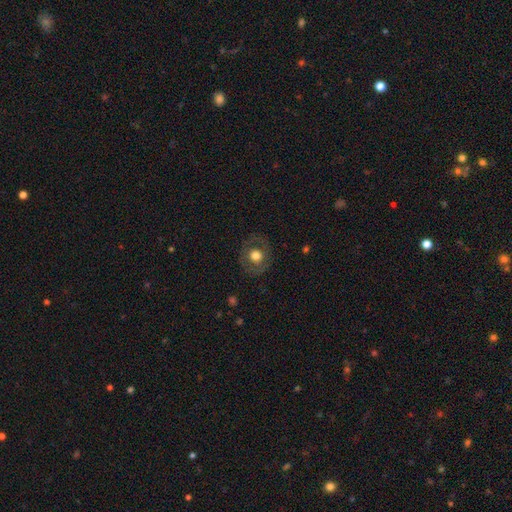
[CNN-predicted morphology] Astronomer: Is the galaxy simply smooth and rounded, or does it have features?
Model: smooth — 57% (runner-up: featured or disk, 34%).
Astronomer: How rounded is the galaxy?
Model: round — 83%.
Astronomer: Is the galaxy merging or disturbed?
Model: none — 83%.